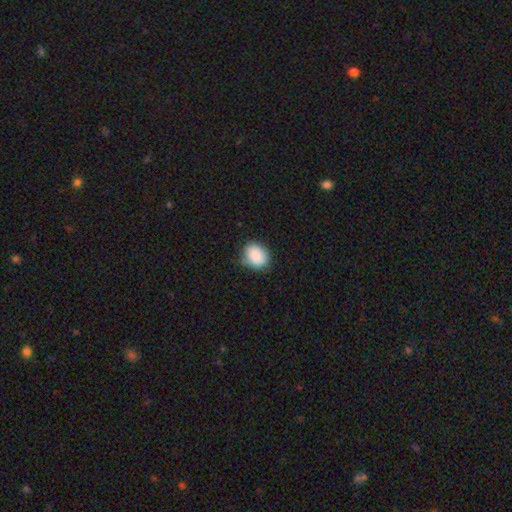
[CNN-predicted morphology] Smooth or featured: smooth — 88% (star or artifact — 7%)
How rounded: in between — 62% (round — 37%)
Merging: none — 75% (minor disturbance — 20%)